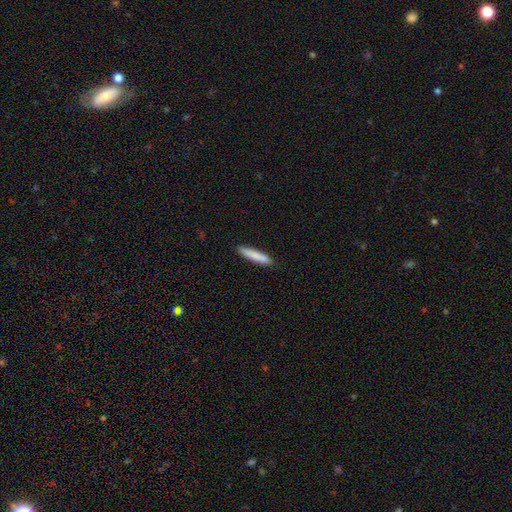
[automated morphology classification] Smooth or featured: smooth — 83% (featured or disk — 11%)
How rounded: cigar-shaped — 90% (in between — 8%)
Merging: none — 89% (minor disturbance — 8%)